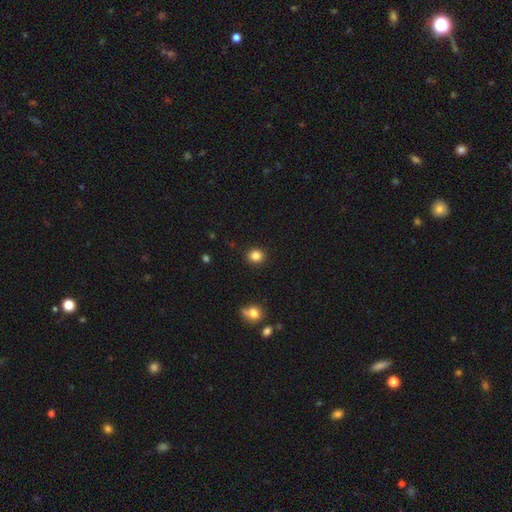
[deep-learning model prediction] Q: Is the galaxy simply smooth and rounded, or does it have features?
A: smooth — 84%.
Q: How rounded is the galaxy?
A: round — 83%.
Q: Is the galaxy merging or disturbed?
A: none — 91%.